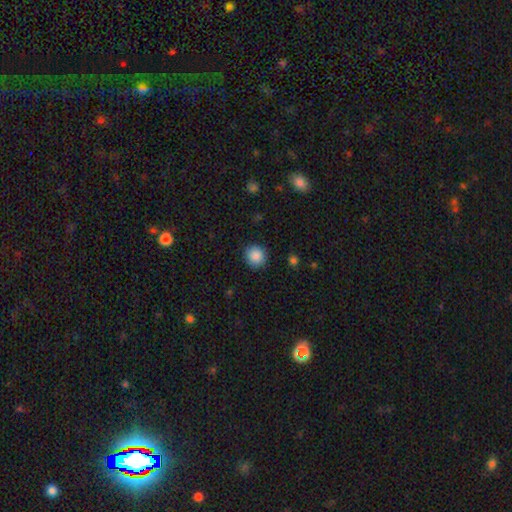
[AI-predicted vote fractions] A smooth galaxy with no disk features (88%) that is round (90%).

Vote fractions:
- Smooth or featured? smooth: 88% / star or artifact: 9% / featured or disk: 3%
- How rounded? round: 90% / in between: 9% / cigar-shaped: 1%
- Merging? none: 89% / minor disturbance: 7% / major disturbance: 2% / merger: 1%